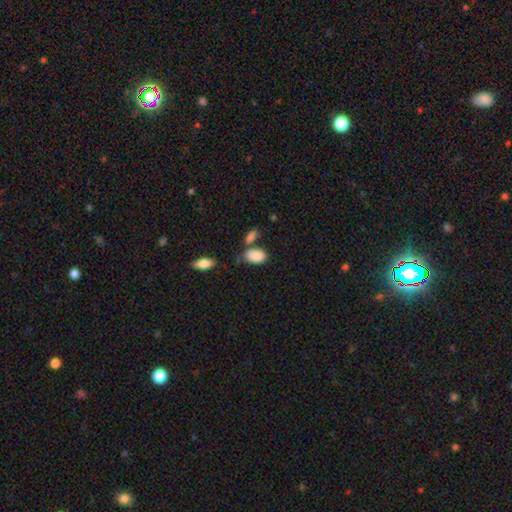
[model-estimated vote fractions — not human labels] This appears to be a smooth galaxy with no disk features (88%) that is in between round and cigar-shaped (93%). Merging: none (55%).